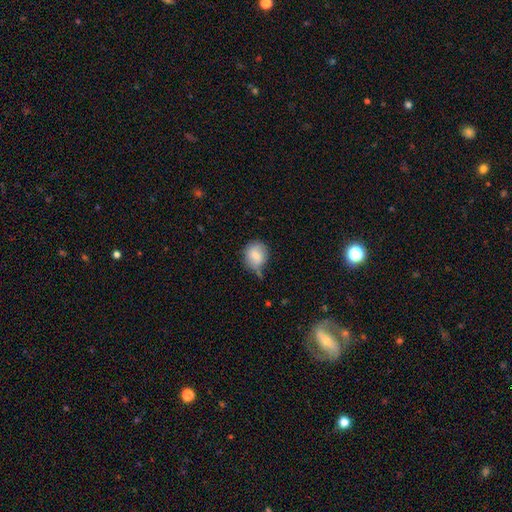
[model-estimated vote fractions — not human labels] A smooth galaxy with no disk features (76%) that is round (76%). Merging: none (52%).